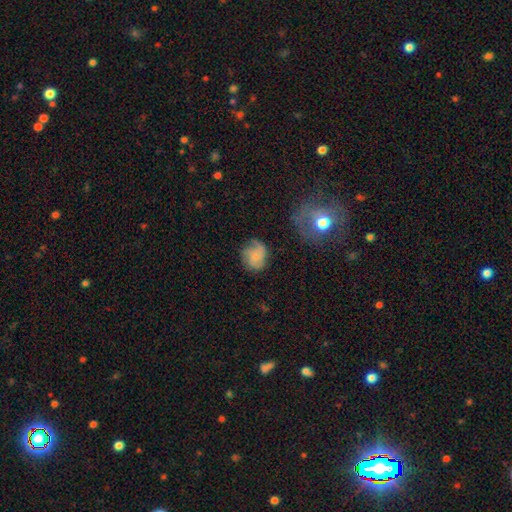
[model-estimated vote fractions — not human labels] Smooth or featured?
  - smooth: 51% *
  - featured or disk: 40%
  - star or artifact: 10%
How rounded?
  - round: 65% *
  - in between: 34%
  - cigar-shaped: 1%
Merging?
  - none: 57% *
  - minor disturbance: 27%
  - major disturbance: 13%
  - merger: 3%